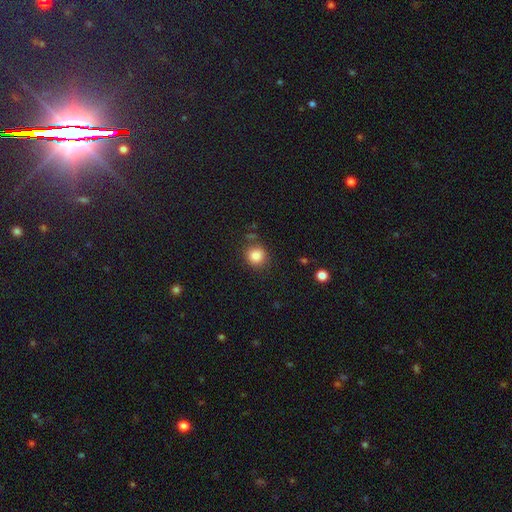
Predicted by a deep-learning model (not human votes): smooth_or_featured: smooth (p=0.85) [alt: star or artifact p=0.11]
how_rounded: round (p=0.87) [alt: in between p=0.12]
merging: none (p=0.80) [alt: minor disturbance p=0.12]